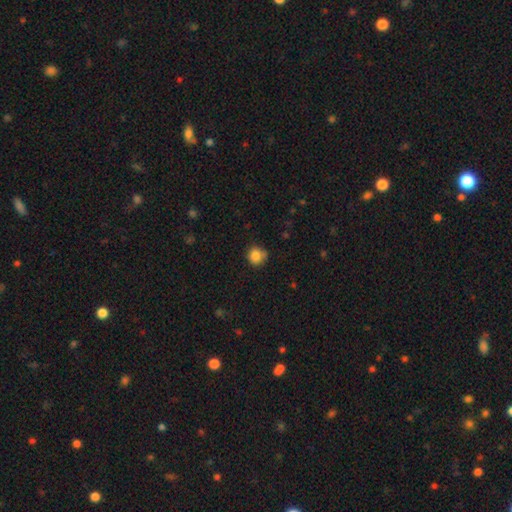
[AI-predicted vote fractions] Smooth or featured?
  - smooth: 84% *
  - star or artifact: 10%
  - featured or disk: 5%
How rounded?
  - round: 89% *
  - in between: 10%
  - cigar-shaped: 1%
Merging?
  - none: 72% *
  - minor disturbance: 19%
  - merger: 5%
  - major disturbance: 4%